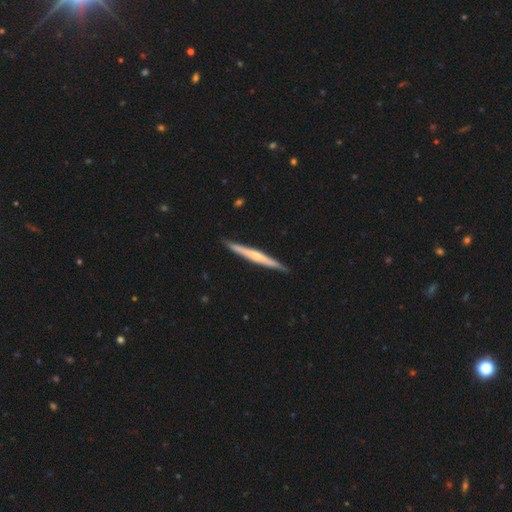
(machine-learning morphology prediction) A featured or disk galaxy (66%) viewed edge-on (97%) with a rounded central bulge (64%).

Vote fractions:
- Smooth or featured? featured or disk: 66% / smooth: 29% / star or artifact: 5%
- Edge-on disk? yes: 97% / no: 3%
- Edge-on bulge? rounded: 64% / none: 29% / boxy: 6%
- Merging? none: 90% / minor disturbance: 7% / major disturbance: 1% / merger: 1%